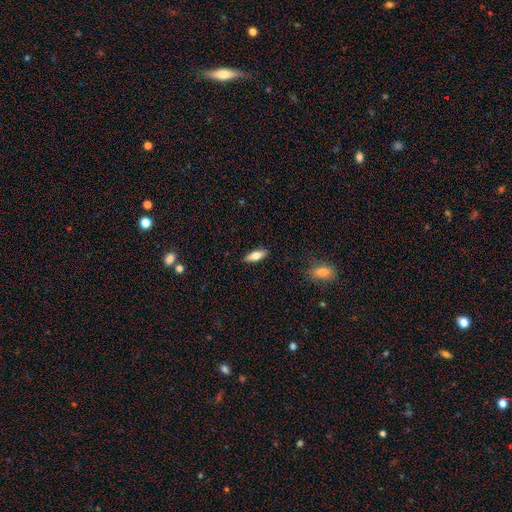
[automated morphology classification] This is likely a smooth galaxy (72%). How rounded: likely in between (66%). Merging: clearly none (87%).